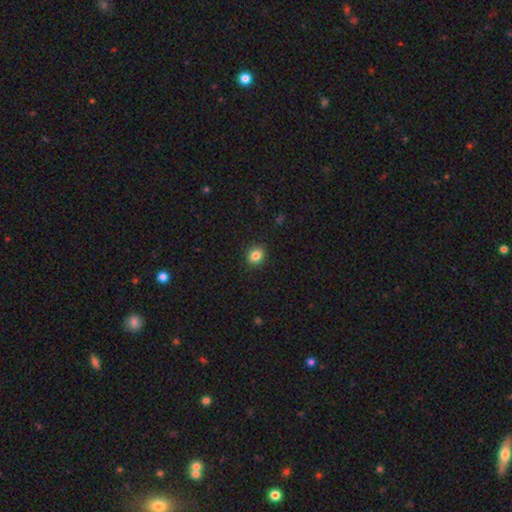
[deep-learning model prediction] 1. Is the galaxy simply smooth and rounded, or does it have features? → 84% smooth, 11% star or artifact, 5% featured or disk.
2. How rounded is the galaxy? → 76% round, 23% in between, 1% cigar-shaped.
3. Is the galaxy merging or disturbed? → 90% none, 7% minor disturbance, 2% major disturbance, 1% merger.